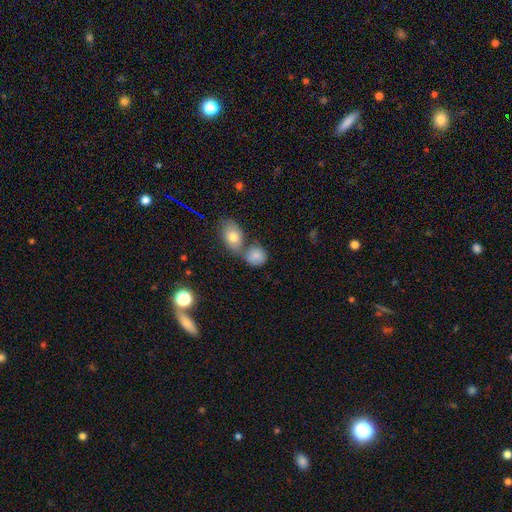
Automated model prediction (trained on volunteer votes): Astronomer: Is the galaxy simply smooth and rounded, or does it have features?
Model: smooth — 80%.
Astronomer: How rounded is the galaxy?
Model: round — 66%.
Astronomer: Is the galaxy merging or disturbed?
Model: none — 44% (runner-up: merger, 41%).